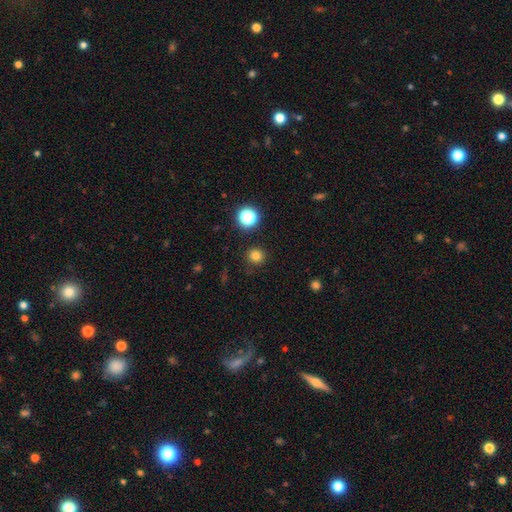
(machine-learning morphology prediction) Smooth or featured? Predicted: smooth (p=0.79). How rounded? Predicted: round (p=0.94). Merging? Predicted: none (p=0.90).